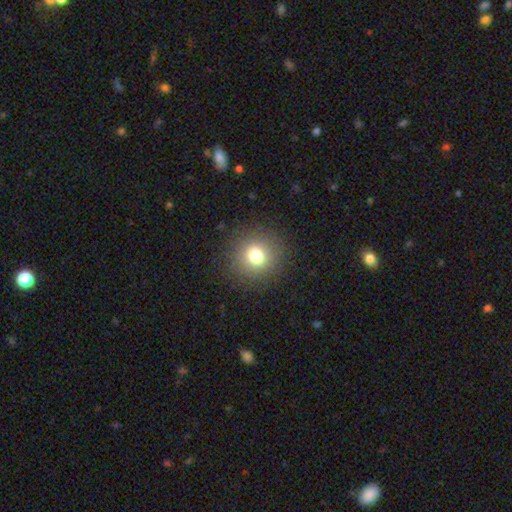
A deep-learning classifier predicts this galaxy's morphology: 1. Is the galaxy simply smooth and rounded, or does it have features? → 75% smooth, 15% star or artifact, 11% featured or disk.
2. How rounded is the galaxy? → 94% round, 5% in between, 1% cigar-shaped.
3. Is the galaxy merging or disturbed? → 89% none, 7% minor disturbance, 4% major disturbance, 1% merger.